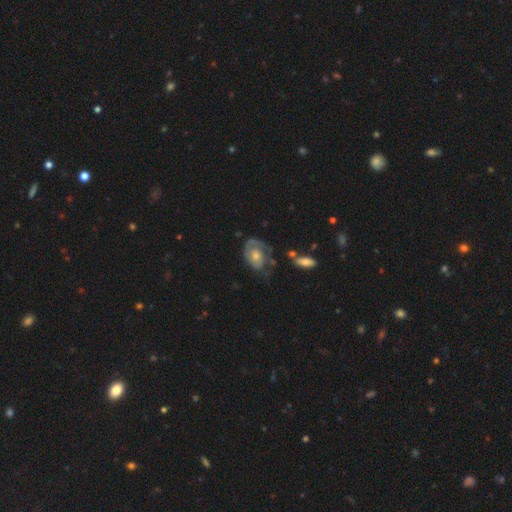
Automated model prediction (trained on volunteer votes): Smooth or featured? Predicted: featured or disk (p=0.74). Edge-on disk? Predicted: no (p=0.96). Bar? Predicted: no (p=0.76). Spiral arms? Predicted: yes (p=0.83). Spiral winding? Predicted: tight (p=0.58). Spiral arm count? Predicted: 1 (p=0.43). Bulge size? Predicted: moderate (p=0.60). Merging? Predicted: none (p=0.54).